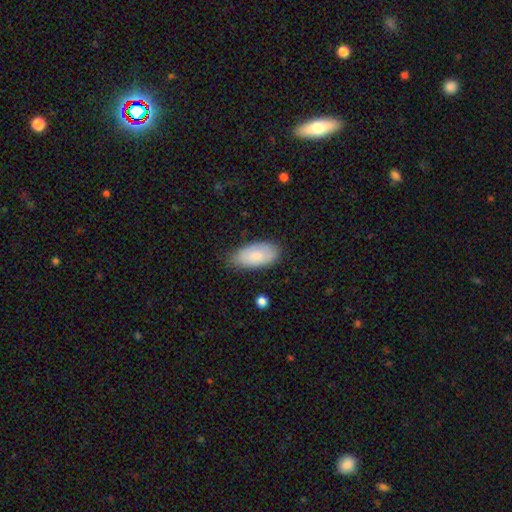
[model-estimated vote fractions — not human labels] Smooth or featured? Predicted: smooth (p=0.80). How rounded? Predicted: in between (p=0.94). Merging? Predicted: none (p=0.71).